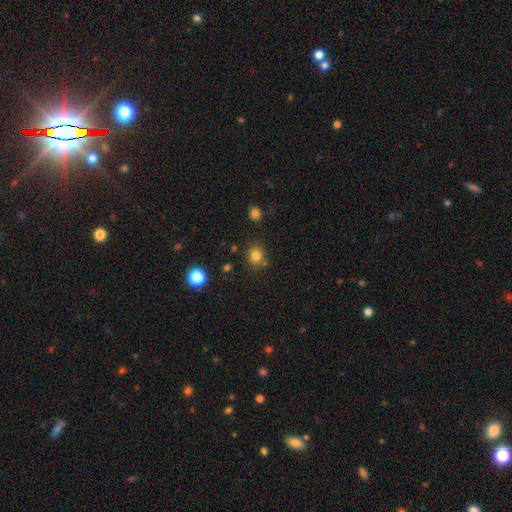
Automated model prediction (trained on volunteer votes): Smooth or featured?
  - smooth: 80% *
  - star or artifact: 14%
  - featured or disk: 6%
How rounded?
  - round: 76% *
  - in between: 23%
  - cigar-shaped: 1%
Merging?
  - none: 78% *
  - minor disturbance: 11%
  - merger: 8%
  - major disturbance: 3%